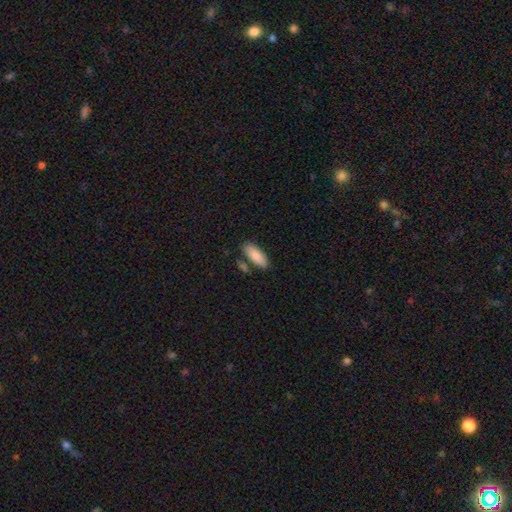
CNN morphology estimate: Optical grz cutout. It shows a smooth galaxy with no disk features (86%) that is in between round and cigar-shaped (80%). Merging: none (72%).